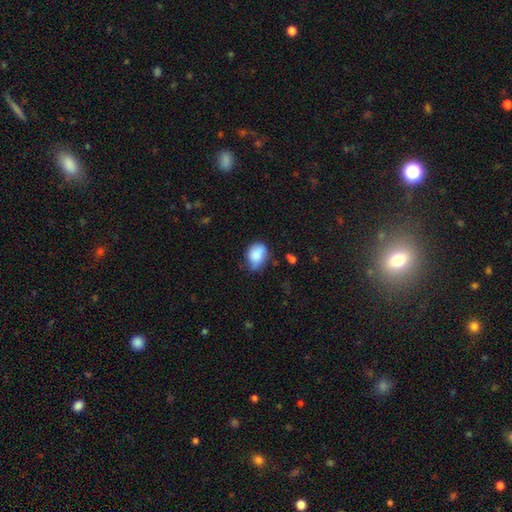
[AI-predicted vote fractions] smooth-or-featured: smooth: 84% | featured or disk: 8% | star or artifact: 8%
  how-rounded: in between: 63% | round: 36% | cigar-shaped: 1%
  merging: none: 51% | minor disturbance: 38% | major disturbance: 8% | merger: 3%